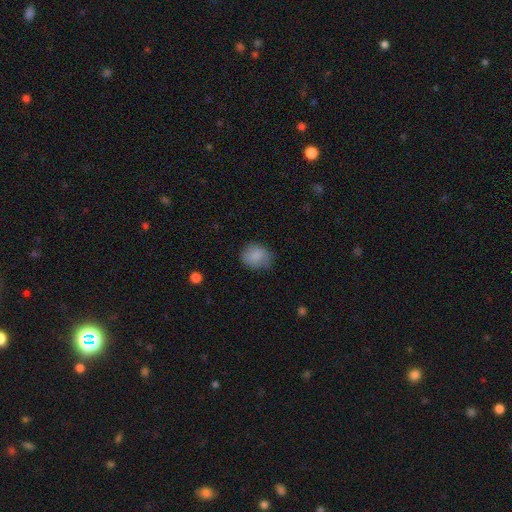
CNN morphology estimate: smooth 86%, star or artifact 8%, featured or disk 6%. Down the decision tree: how rounded — round (56%); merging — none (73%).